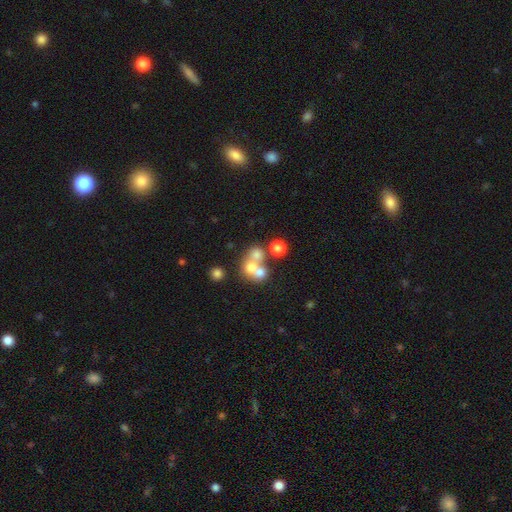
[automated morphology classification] smooth_or_featured: smooth (p=0.60) [alt: featured or disk p=0.23]
how_rounded: round (p=0.78) [alt: in between p=0.20]
merging: merger (p=0.52) [alt: none p=0.36]